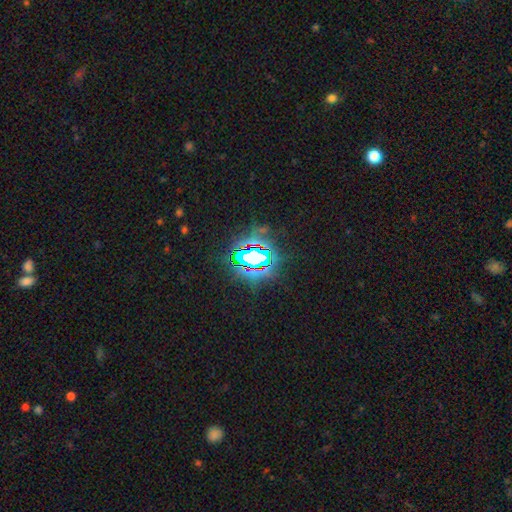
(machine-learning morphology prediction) A star or artifact, not a galaxy (74%).